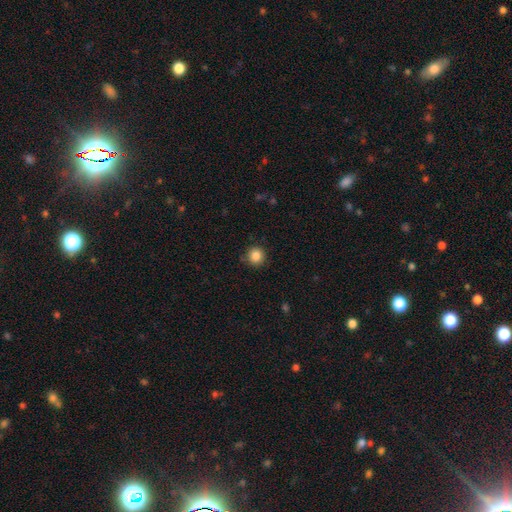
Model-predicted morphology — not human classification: The model was most divided on "smooth or featured": smooth: 86%, star or artifact: 10%, featured or disk: 4%. More confident: how rounded — round (93%); merging — none (86%).